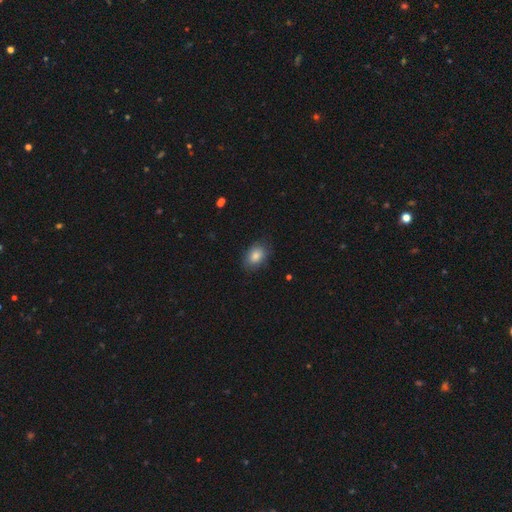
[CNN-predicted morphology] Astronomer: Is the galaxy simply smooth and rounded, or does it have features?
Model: smooth — 83%.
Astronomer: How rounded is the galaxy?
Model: in between — 79%.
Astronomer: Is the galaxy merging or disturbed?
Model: none — 80%.